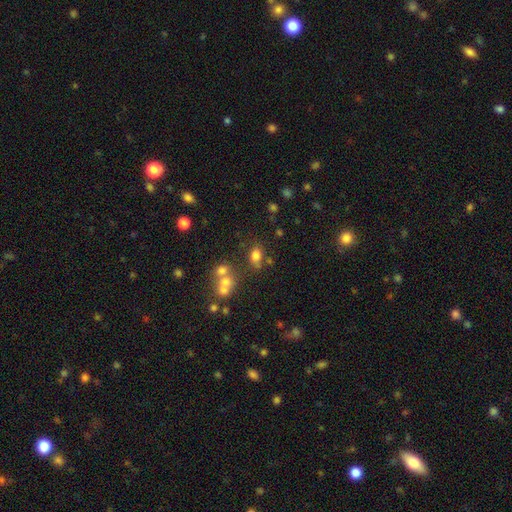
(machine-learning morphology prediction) The model was most divided on "how rounded": in between: 71%, round: 27%, cigar-shaped: 2%. More confident: smooth or featured — smooth (75%); merging — none (62%).